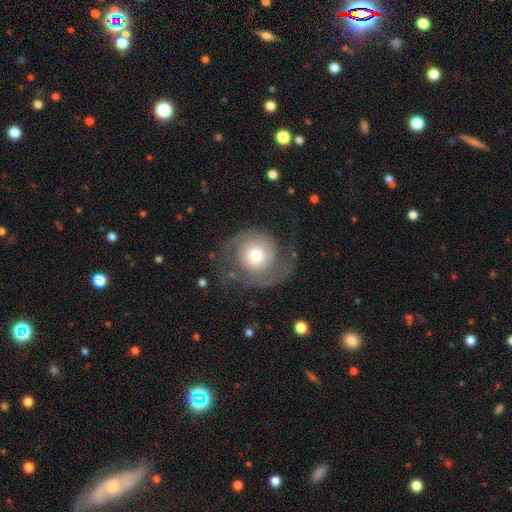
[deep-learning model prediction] Smooth or featured?
  - featured or disk: 62% *
  - smooth: 31%
  - star or artifact: 7%
Edge-on disk?
  - no: 97% *
  - yes: 3%
Bar?
  - no: 81% *
  - weak: 16%
  - strong: 3%
Spiral arms?
  - yes: 85% *
  - no: 15%
Spiral winding?
  - medium: 39% *
  - tight: 34%
  - loose: 27%
Spiral arm count?
  - 2: 71% *
  - 1: 14%
  - can't tell: 10%
  - 3: 2%
  - 4: 2%
  - more than 4: 2%
Bulge size?
  - moderate: 61% *
  - large: 18%
  - small: 16%
  - dominant: 3%
  - none: 1%
Merging?
  - none: 55% *
  - major disturbance: 25%
  - minor disturbance: 17%
  - merger: 2%